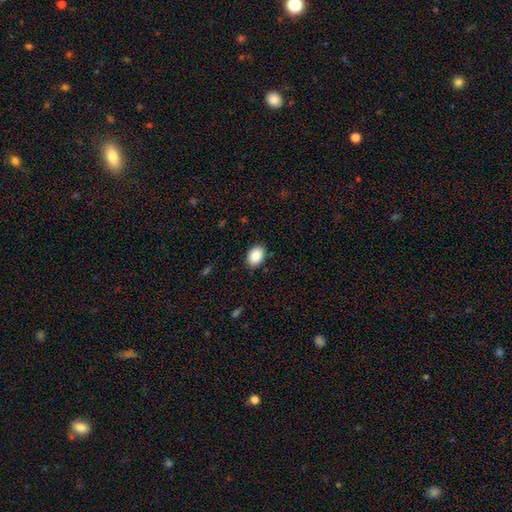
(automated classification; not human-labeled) Q: Smooth or featured?
A: smooth (89%); runner-up: star or artifact (8%)
Q: How rounded?
A: in between (80%); runner-up: round (19%)
Q: Merging?
A: none (88%); runner-up: minor disturbance (9%)